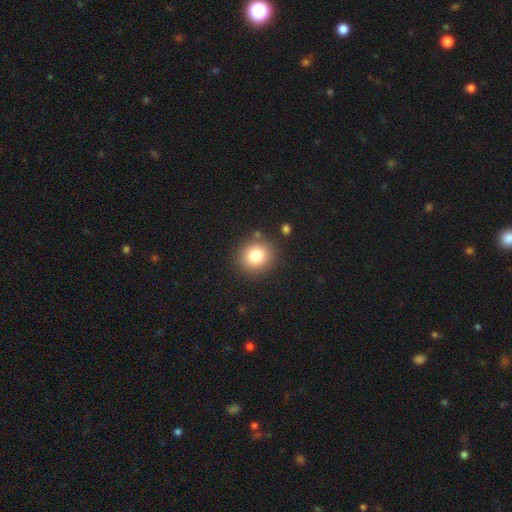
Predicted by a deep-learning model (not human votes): Morphology: type=smooth (81%); roundness=round (88%); merging=none (85%).